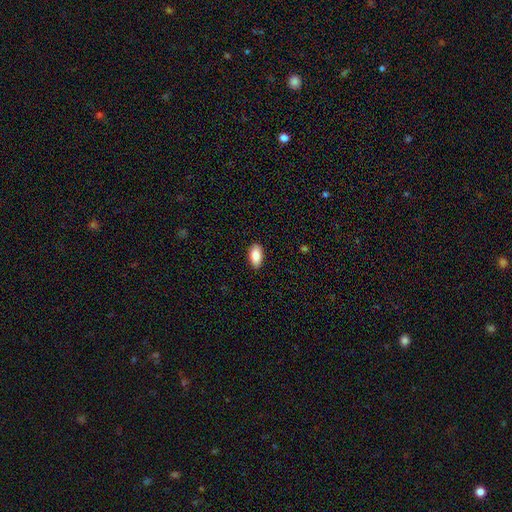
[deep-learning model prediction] smooth 87%, star or artifact 7%, featured or disk 7%. Down the decision tree: how rounded — in between (93%); merging — none (89%).